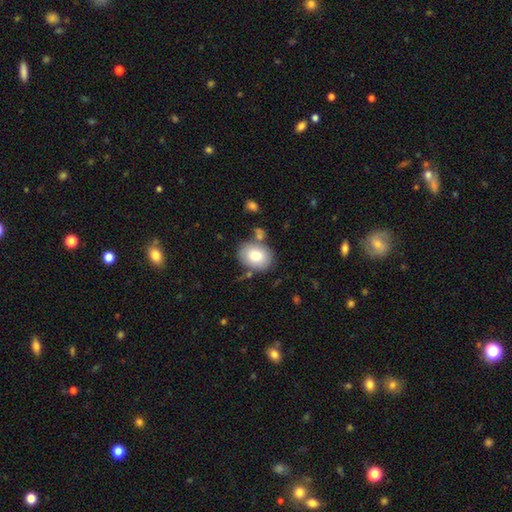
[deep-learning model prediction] smooth_or_featured: smooth (p=0.83) [alt: featured or disk p=0.10]
how_rounded: in between (p=0.69) [alt: round p=0.30]
merging: none (p=0.70) [alt: minor disturbance p=0.16]